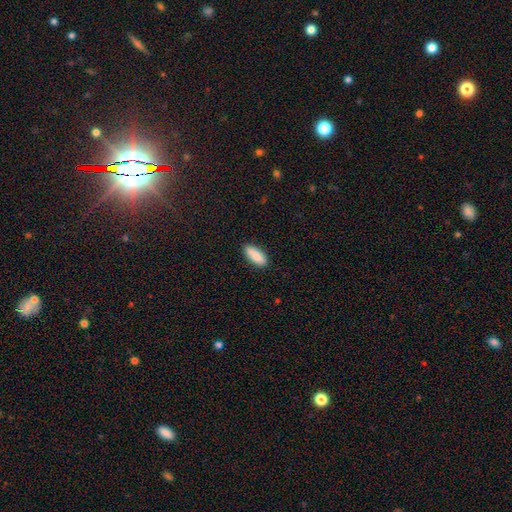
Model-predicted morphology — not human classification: type=smooth (89%); roundness=in between (76%); merging=none (89%).